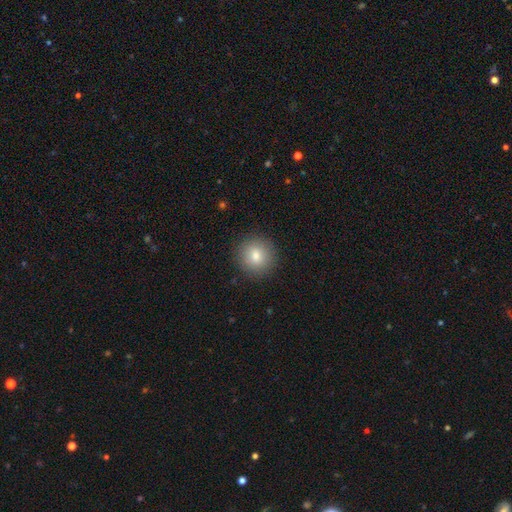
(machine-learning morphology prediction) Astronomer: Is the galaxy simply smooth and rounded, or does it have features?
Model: smooth — 82%.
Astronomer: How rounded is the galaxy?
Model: round — 93%.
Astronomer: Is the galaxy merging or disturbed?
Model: none — 90%.